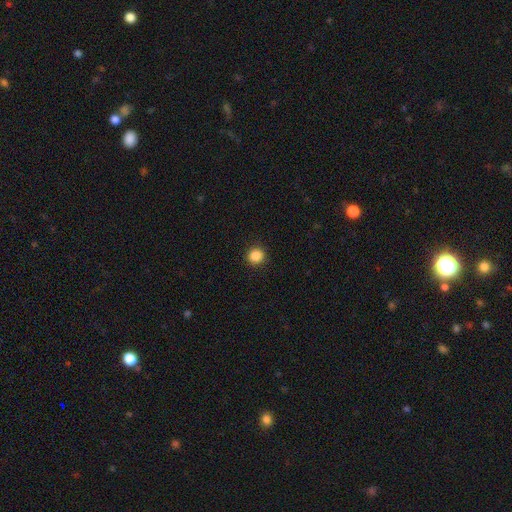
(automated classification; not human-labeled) smooth_or_featured: smooth (p=0.87) [alt: star or artifact p=0.11]
how_rounded: round (p=0.93) [alt: in between p=0.06]
merging: none (p=0.92) [alt: minor disturbance p=0.05]